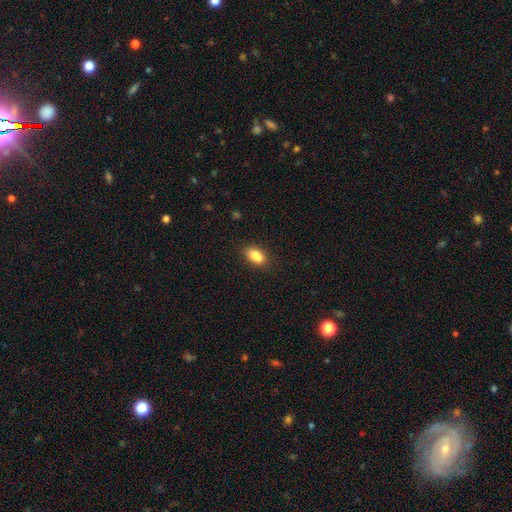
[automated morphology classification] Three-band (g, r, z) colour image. It shows a smooth galaxy with no disk features (82%) that is in between round and cigar-shaped (86%). Merging: none (75%).